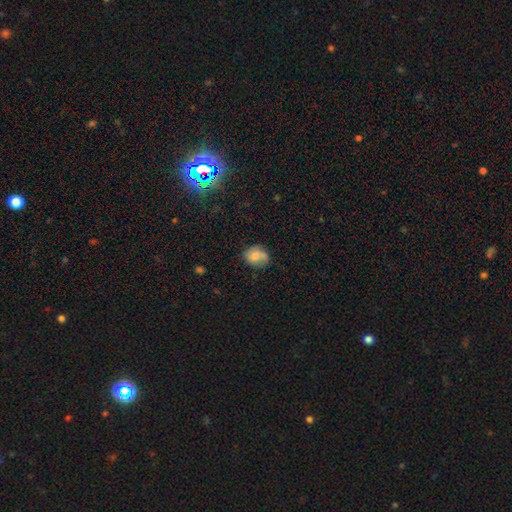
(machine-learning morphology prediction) Smooth or featured? Predicted: smooth (p=0.67). How rounded? Predicted: round (p=0.58). Merging? Predicted: none (p=0.62).